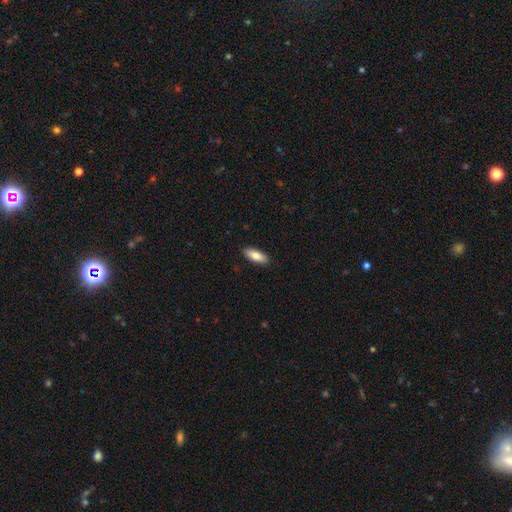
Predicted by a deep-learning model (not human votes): smooth 81%, featured or disk 13%, star or artifact 6%. Down the decision tree: how rounded — in between (70%); merging — none (90%).